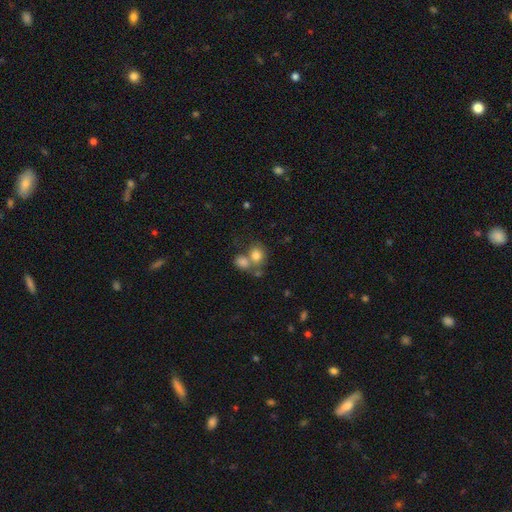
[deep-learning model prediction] Smooth or featured: smooth — 78% (featured or disk — 12%)
How rounded: round — 62% (in between — 37%)
Merging: merger — 47% (none — 38%)